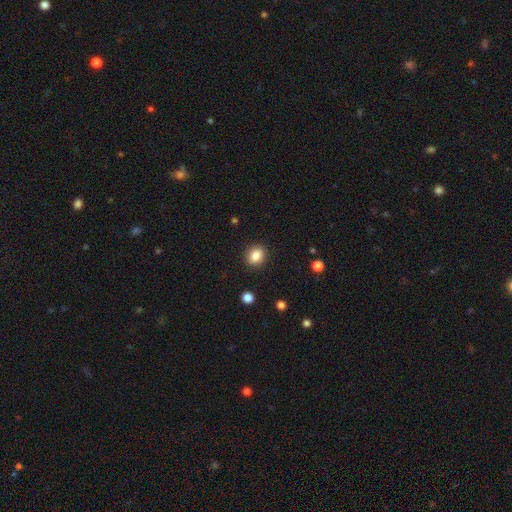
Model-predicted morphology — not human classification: Overall: smooth (86%). How rounded: round (53%; in between 46%). Merging: none (90%).